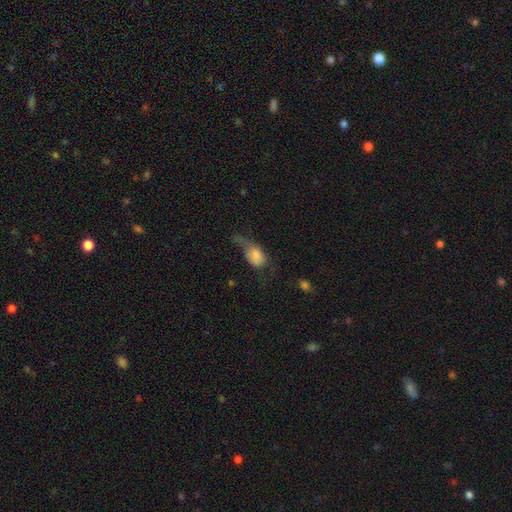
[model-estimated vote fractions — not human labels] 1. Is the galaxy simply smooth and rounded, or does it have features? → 74% smooth, 17% featured or disk, 8% star or artifact.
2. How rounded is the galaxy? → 81% in between, 16% round, 3% cigar-shaped.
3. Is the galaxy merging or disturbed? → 50% major disturbance, 25% minor disturbance, 18% none, 6% merger.